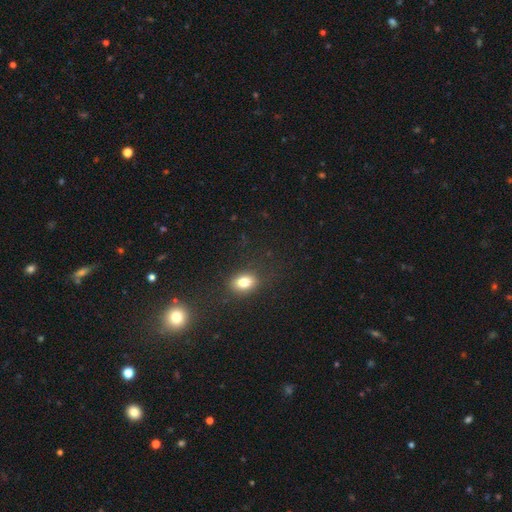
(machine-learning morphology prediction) smooth_or_featured: smooth (p=0.51) [alt: star or artifact p=0.41]
how_rounded: round (p=0.75) [alt: in between p=0.23]
merging: none (p=0.74) [alt: merger p=0.11]